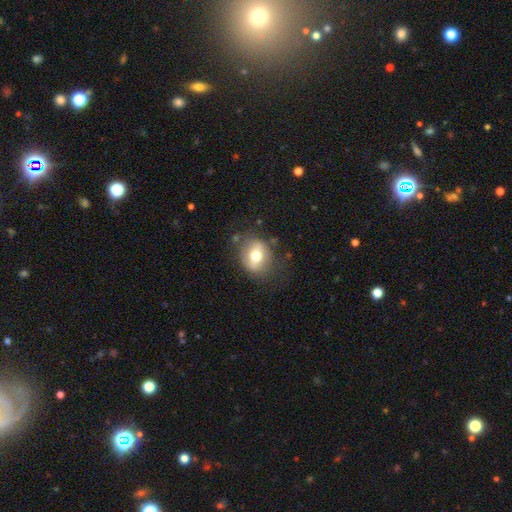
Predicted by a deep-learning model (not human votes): Overall: smooth (58%; featured or disk 34%). How rounded: in between (49%, tied with round). Merging: none (75%).